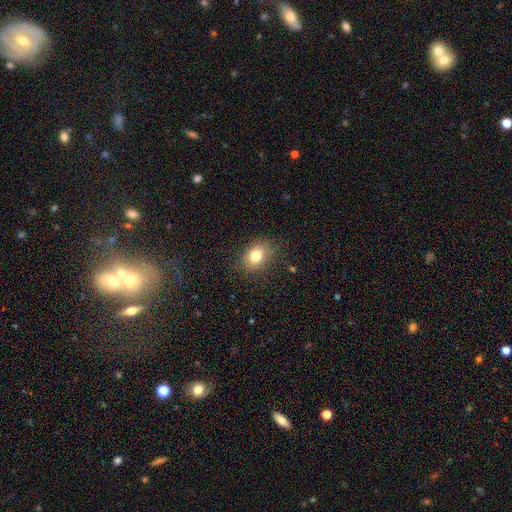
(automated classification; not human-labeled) smooth_or_featured: smooth (p=0.78) [alt: star or artifact p=0.11]
how_rounded: in between (p=0.60) [alt: round p=0.39]
merging: none (p=0.84) [alt: minor disturbance p=0.12]